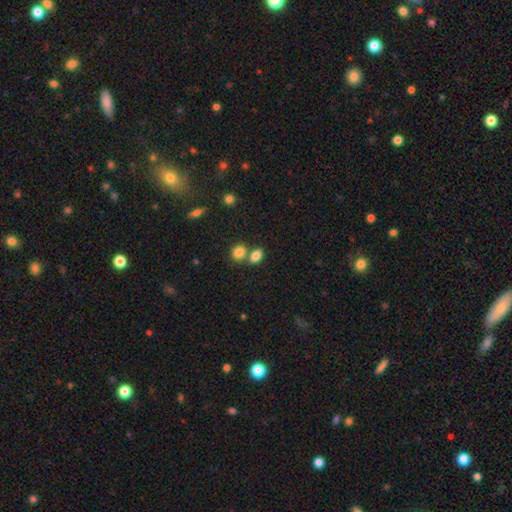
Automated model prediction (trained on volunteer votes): The model was most divided on "merging": none: 46%, merger: 43%, minor disturbance: 9%, major disturbance: 3%. More confident: smooth or featured — smooth (83%); how rounded — in between (70%).